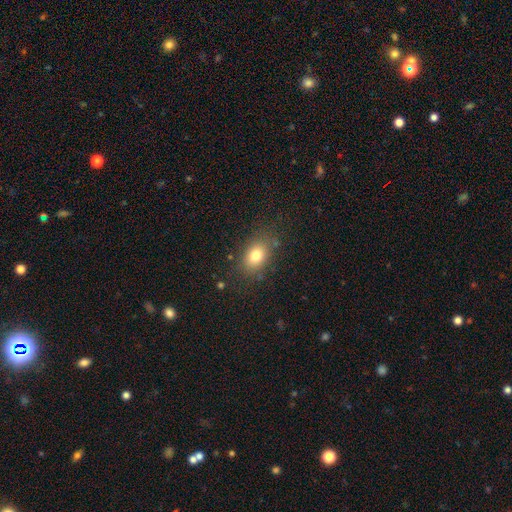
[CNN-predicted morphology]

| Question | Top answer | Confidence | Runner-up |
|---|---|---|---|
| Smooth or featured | smooth | 78% | star or artifact (11%) |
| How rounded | in between | 72% | round (27%) |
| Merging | none | 80% | minor disturbance (13%) |